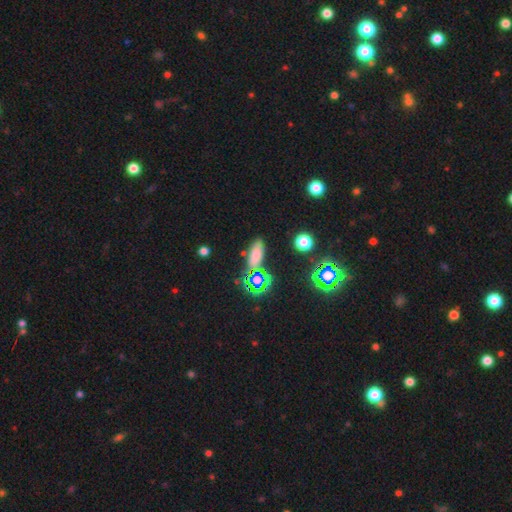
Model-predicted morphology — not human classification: This is likely a smooth galaxy (67%). How rounded: likely in between (61%). Merging: likely none (79%).